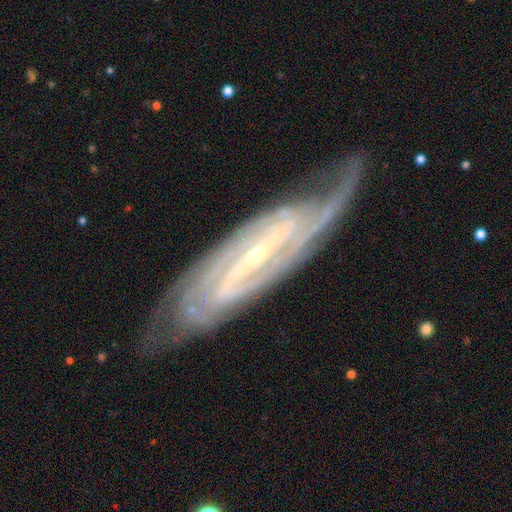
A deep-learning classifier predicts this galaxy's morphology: The model was most divided on "spiral winding": tight: 50%, medium: 39%, loose: 11%. More confident: spiral arms — yes (98%); smooth or featured — featured or disk (92%); edge-on disk — no (88%); bulge size — small (82%); merging — none (71%); bar — strong (64%); spiral arm count — 2 (53%).